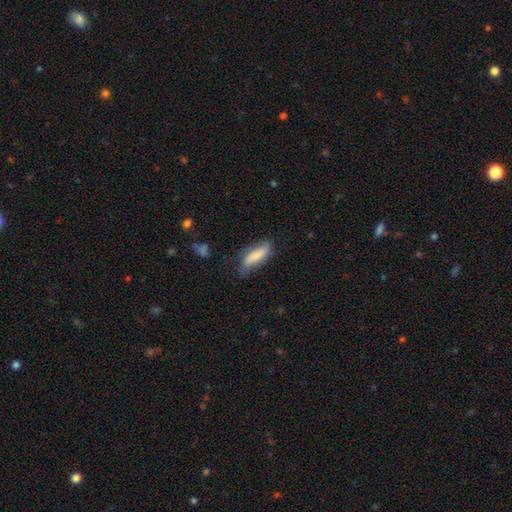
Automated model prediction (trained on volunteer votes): This is likely a smooth galaxy (73%). How rounded: possibly in between (55%). Merging: possibly none (57%).